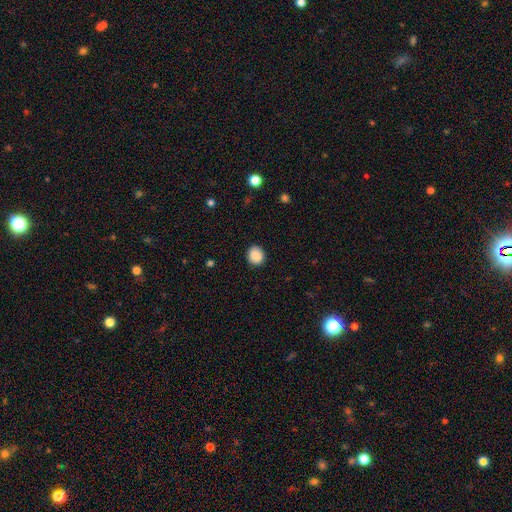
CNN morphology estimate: smooth 88%, star or artifact 8%, featured or disk 4%. Down the decision tree: how rounded — round (79%); merging — none (90%).